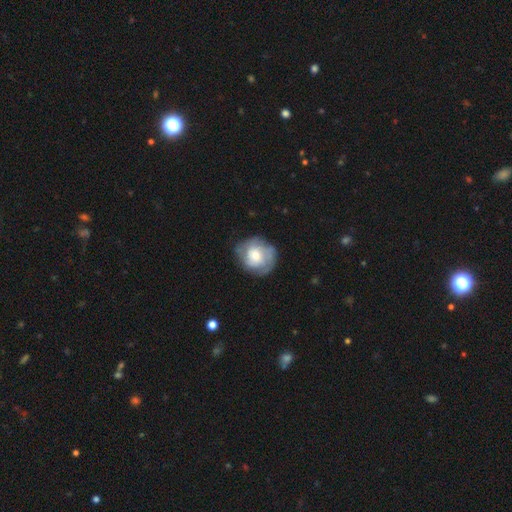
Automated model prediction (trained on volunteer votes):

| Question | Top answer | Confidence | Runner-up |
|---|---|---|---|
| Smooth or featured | featured or disk | 48% | smooth (45%) |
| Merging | none | 66% | minor disturbance (23%) |